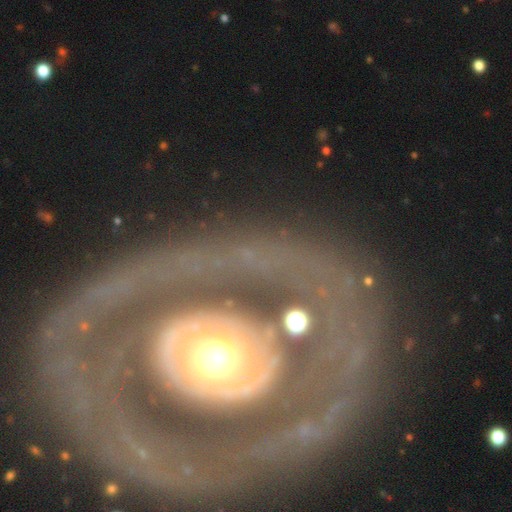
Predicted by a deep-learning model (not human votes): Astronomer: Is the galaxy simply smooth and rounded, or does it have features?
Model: featured or disk — 77%.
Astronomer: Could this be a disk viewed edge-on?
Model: no — 95%.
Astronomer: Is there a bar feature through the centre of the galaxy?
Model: no — 82%.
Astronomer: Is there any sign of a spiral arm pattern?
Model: no — 53% (runner-up: yes, 47%).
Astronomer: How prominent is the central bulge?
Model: moderate — 65%.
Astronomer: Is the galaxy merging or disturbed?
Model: none — 74%.